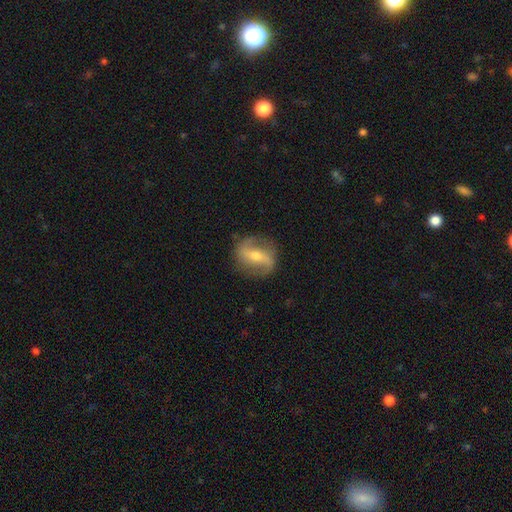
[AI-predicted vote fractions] A featured or disk galaxy (80%) with a strong bar (46%), 2 (90%) loose (52%) spiral arms (90%) and a moderate central bulge (53%).

Vote fractions:
- Smooth or featured? featured or disk: 80% / smooth: 14% / star or artifact: 6%
- Edge-on disk? no: 94% / yes: 6%
- Bar? strong: 46% / weak: 34% / no: 20%
- Spiral arms? yes: 90% / no: 10%
- Spiral winding? loose: 52% / medium: 35% / tight: 13%
- Spiral arm count? 2: 90% / can't tell: 4% / 1: 3% / 3: 1% / 4: 1% / more than 4: 1%
- Bulge size? moderate: 53% / small: 41% / large: 3% / none: 2% / dominant: 1%
- Merging? none: 82% / minor disturbance: 12% / major disturbance: 5% / merger: 1%